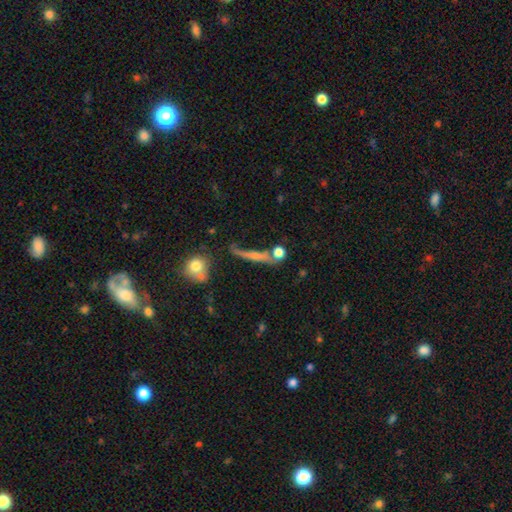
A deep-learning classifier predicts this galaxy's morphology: This is marginally a featured or disk galaxy (45%). Merging: possibly none (51%).